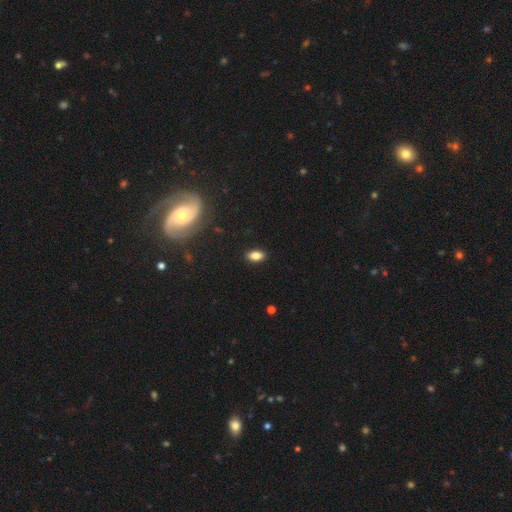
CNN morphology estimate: type=smooth (84%); roundness=in between (90%); merging=none (89%).